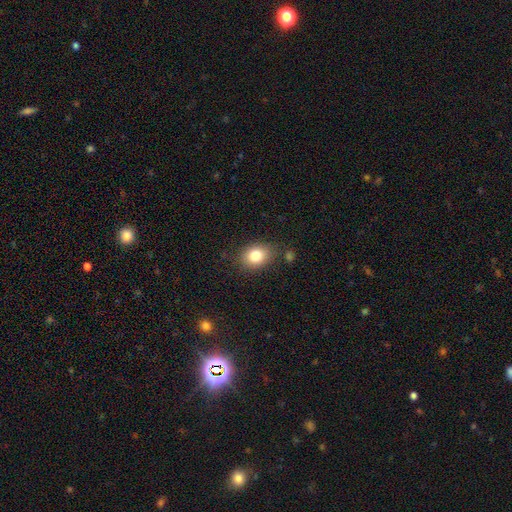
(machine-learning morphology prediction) This is clearly a smooth galaxy (82%). How rounded: possibly in between (57%). Merging: likely none (80%).